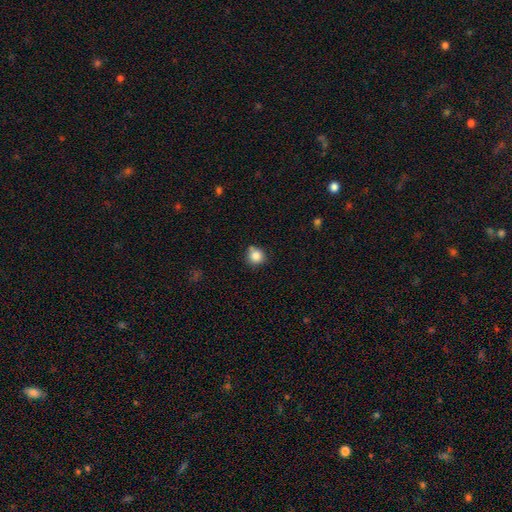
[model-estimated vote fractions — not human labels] smooth-or-featured: smooth: 85% | star or artifact: 10% | featured or disk: 5%
  how-rounded: round: 88% | in between: 11% | cigar-shaped: 1%
  merging: none: 70% | minor disturbance: 21% | merger: 5% | major disturbance: 4%